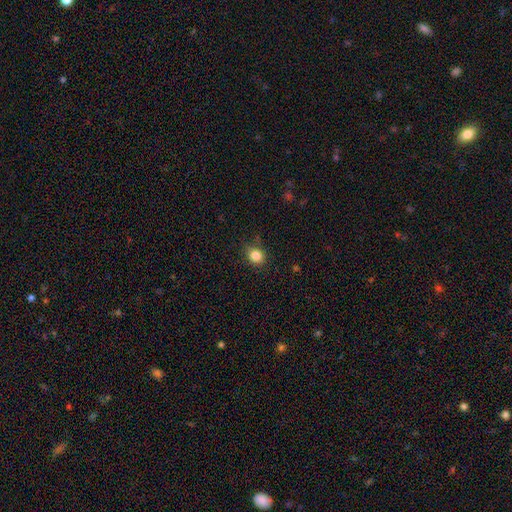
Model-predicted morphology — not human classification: smooth 84%, star or artifact 11%, featured or disk 5%. Down the decision tree: how rounded — round (77%); merging — none (81%).